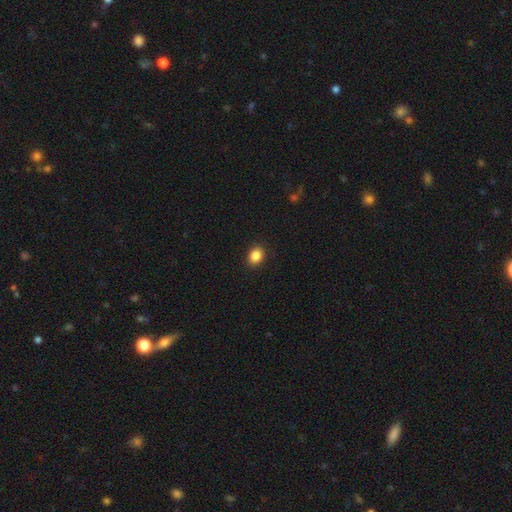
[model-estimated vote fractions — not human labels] smooth-or-featured: smooth: 87% | star or artifact: 9% | featured or disk: 4%
  how-rounded: in between: 53% | round: 46% | cigar-shaped: 1%
  merging: none: 90% | minor disturbance: 7% | major disturbance: 2% | merger: 1%